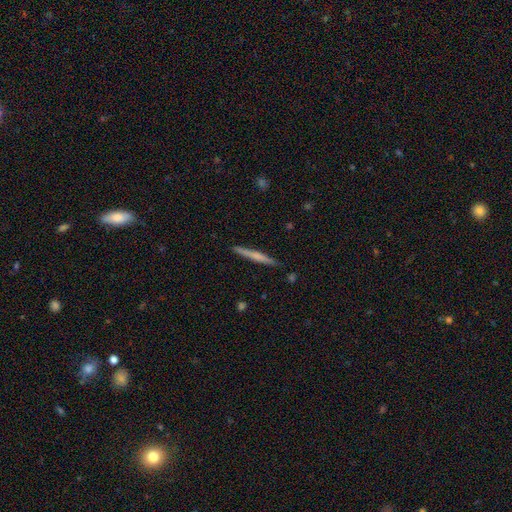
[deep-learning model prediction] Smooth or featured? Predicted: featured or disk (p=0.53). Edge-on disk? Predicted: yes (p=0.98). Edge-on bulge? Predicted: none (p=0.45). Merging? Predicted: none (p=0.90).